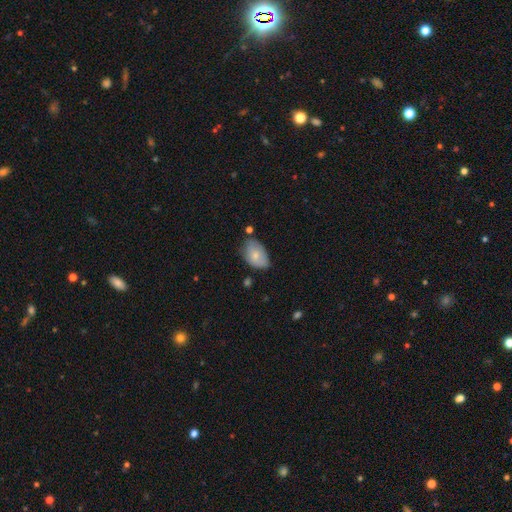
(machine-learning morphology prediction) Smooth or featured? smooth (75%)
How rounded? in between (90%)
Merging? none (60%)